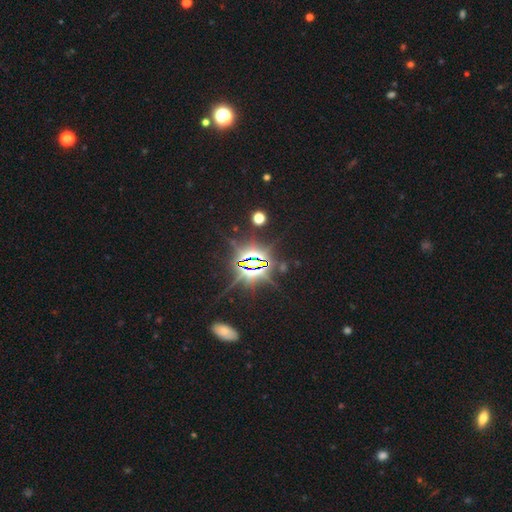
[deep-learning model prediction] This appears to be a star or artifact, not a galaxy (82%).